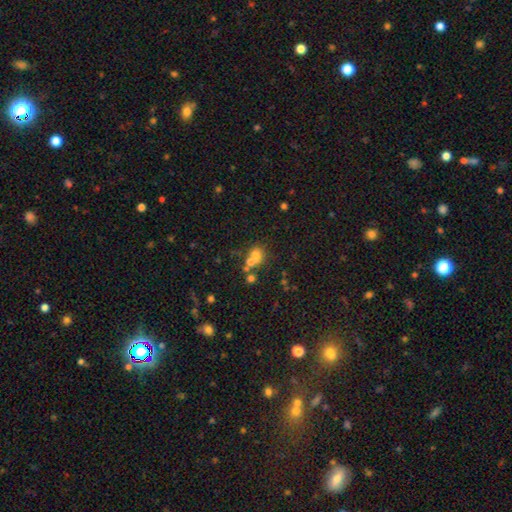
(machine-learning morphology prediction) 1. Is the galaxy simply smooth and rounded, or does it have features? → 62% smooth, 20% star or artifact, 19% featured or disk.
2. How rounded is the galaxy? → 71% round, 28% in between, 1% cigar-shaped.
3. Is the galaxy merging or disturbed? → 45% merger, 39% none, 10% minor disturbance, 6% major disturbance.